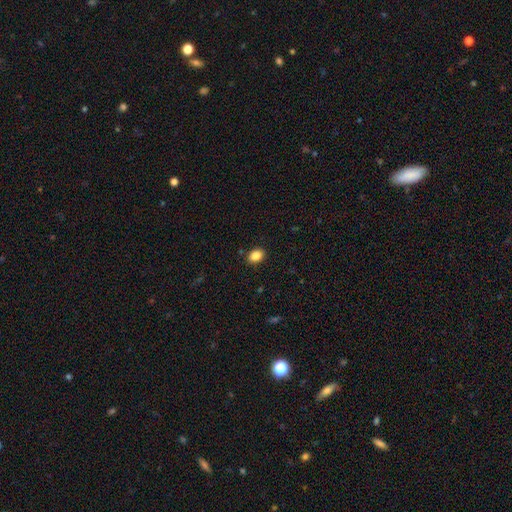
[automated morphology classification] type=smooth (87%); roundness=in between (73%); merging=none (89%).